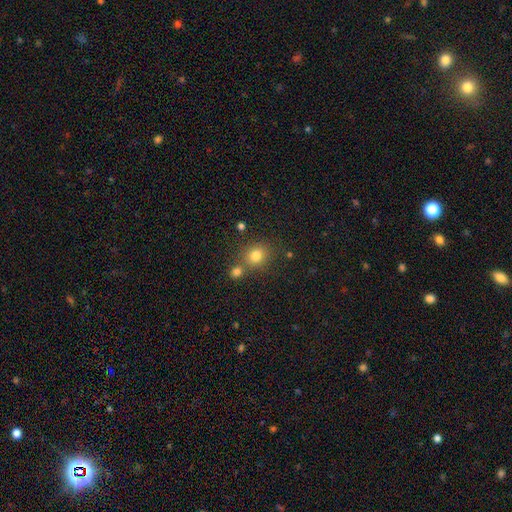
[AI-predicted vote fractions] Smooth or featured? Predicted: smooth (p=0.78). How rounded? Predicted: round (p=0.75). Merging? Predicted: none (p=0.65).